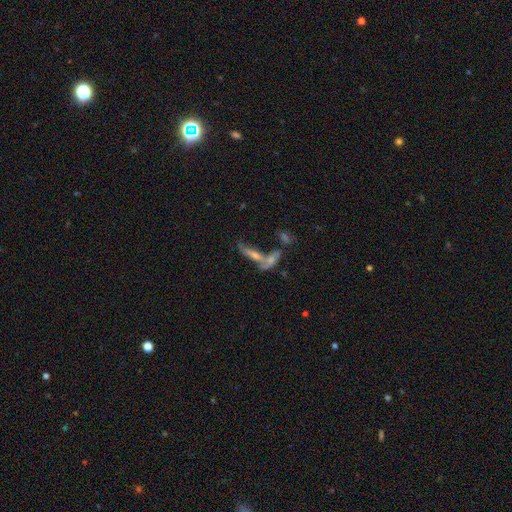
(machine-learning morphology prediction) This appears to be a featured or disk galaxy (47%). Merging: merger (55%).